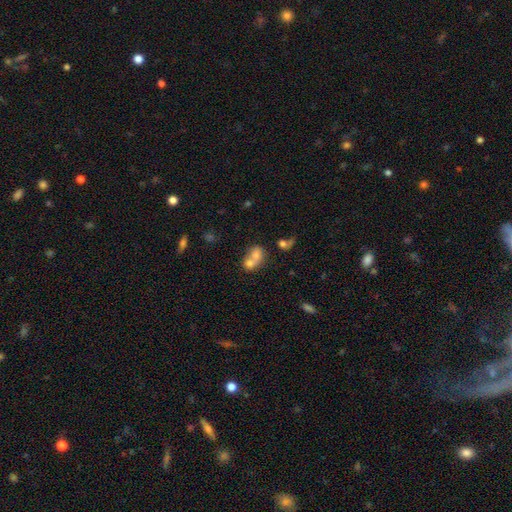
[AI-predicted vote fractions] Q: Smooth or featured?
A: smooth (69%); runner-up: featured or disk (20%)
Q: How rounded?
A: round (49%); tied with: in between (49%)
Q: Merging?
A: merger (71%); runner-up: none (20%)